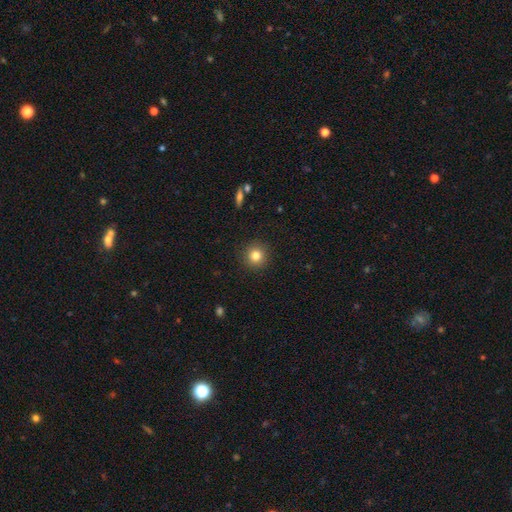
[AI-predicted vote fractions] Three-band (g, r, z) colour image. It shows a smooth galaxy with no disk features (82%) that is round (95%). Merging: none (92%).